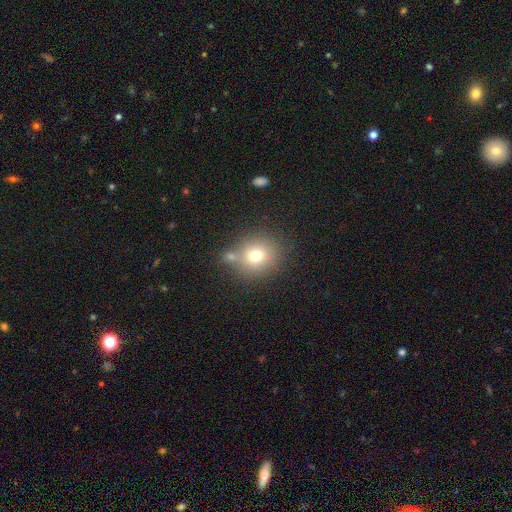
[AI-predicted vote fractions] A smooth galaxy with no disk features (72%) that is round (81%). Merging: none (66%).